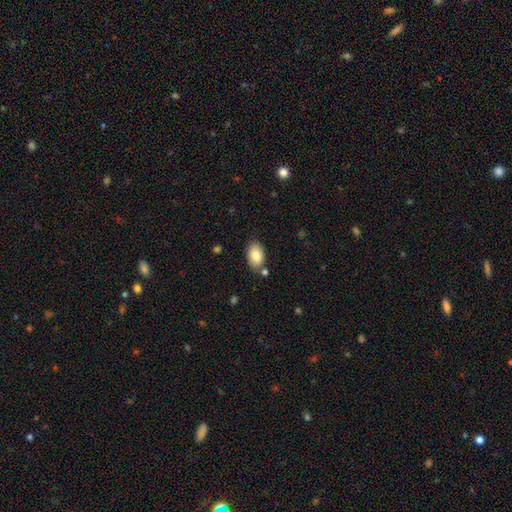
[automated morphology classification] Smooth or featured?
  - smooth: 83% *
  - featured or disk: 10%
  - star or artifact: 7%
How rounded?
  - in between: 92% *
  - round: 7%
  - cigar-shaped: 1%
Merging?
  - none: 77% *
  - minor disturbance: 14%
  - merger: 6%
  - major disturbance: 3%